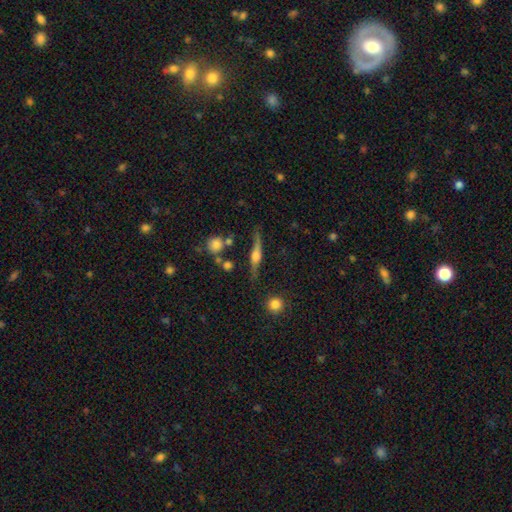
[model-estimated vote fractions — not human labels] A featured or disk galaxy (71%) viewed edge-on (93%) with a rounded central bulge (89%). Merging: none (76%).